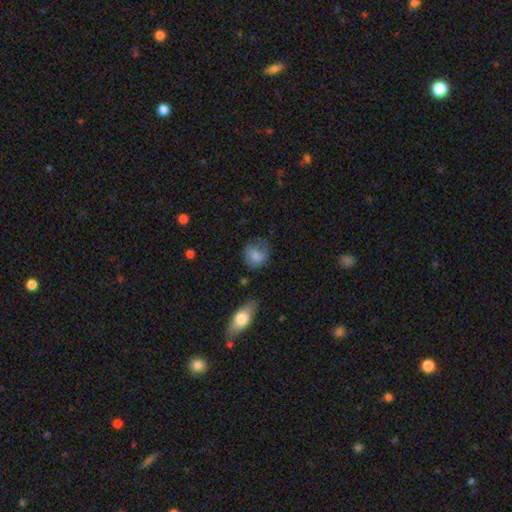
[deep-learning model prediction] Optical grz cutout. It shows a smooth galaxy with no disk features (80%) that is round (63%). Merging: none (58%).